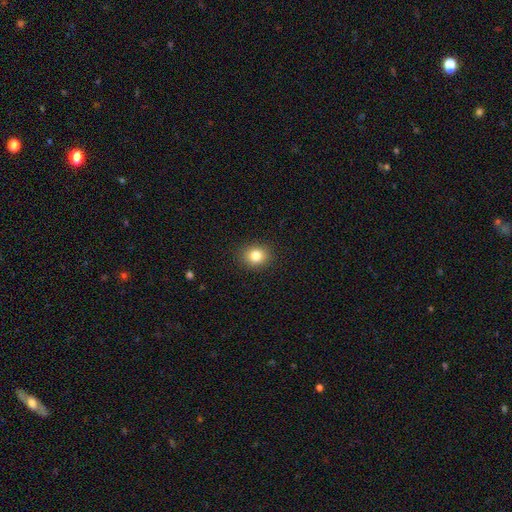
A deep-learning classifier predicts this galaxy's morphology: Overall: smooth (82%). How rounded: round (68%; in between 31%). Merging: none (90%).